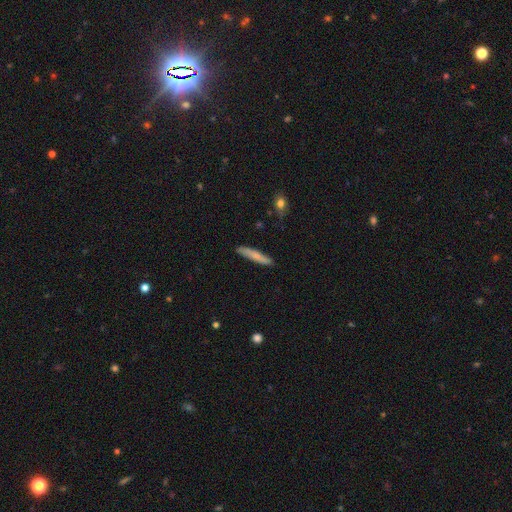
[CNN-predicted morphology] Smooth or featured? Predicted: smooth (p=0.72). How rounded? Predicted: cigar-shaped (p=0.91). Merging? Predicted: none (p=0.85).